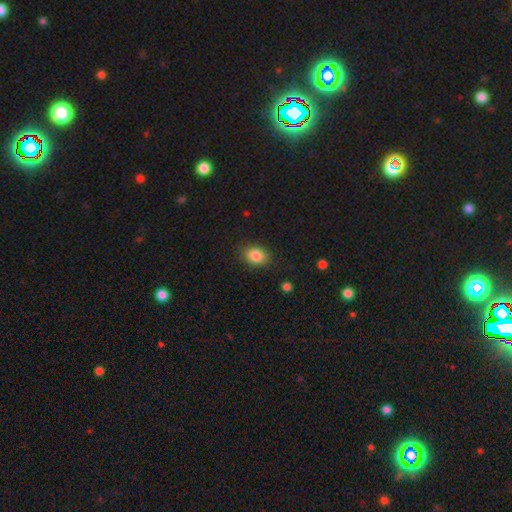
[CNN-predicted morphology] Smooth or featured? smooth (85%)
How rounded? in between (66%)
Merging? none (83%)